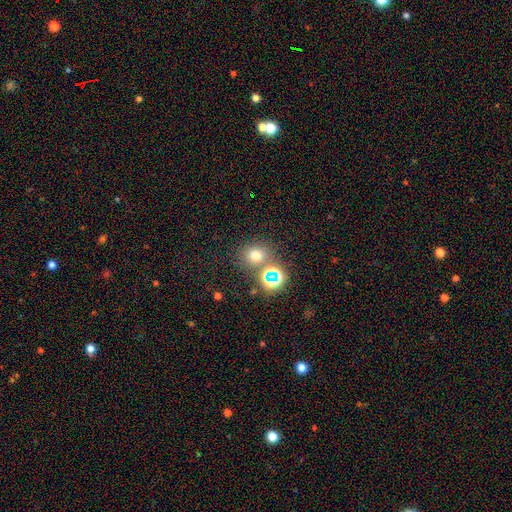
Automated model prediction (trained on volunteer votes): A smooth galaxy with no disk features (64%) that is round (81%). Merging: none (73%).